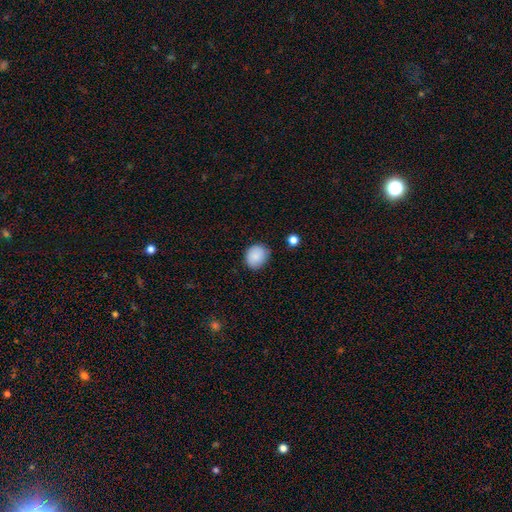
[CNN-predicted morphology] This is clearly a smooth galaxy (87%). How rounded: likely round (68%). Merging: clearly none (81%).